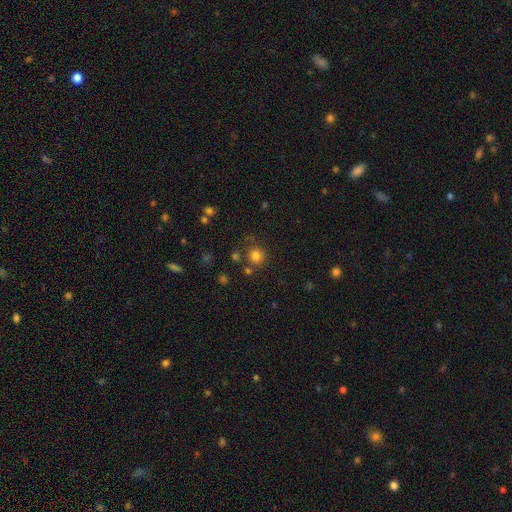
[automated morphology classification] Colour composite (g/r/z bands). It shows a smooth galaxy with no disk features (79%) that is round (91%). Merging: none (74%).